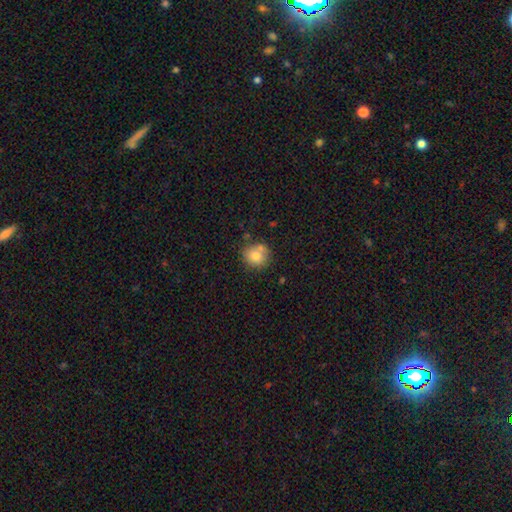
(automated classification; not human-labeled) Smooth or featured?
  - smooth: 77% *
  - featured or disk: 13%
  - star or artifact: 10%
How rounded?
  - round: 85% *
  - in between: 14%
  - cigar-shaped: 1%
Merging?
  - none: 65% *
  - merger: 17%
  - minor disturbance: 15%
  - major disturbance: 4%